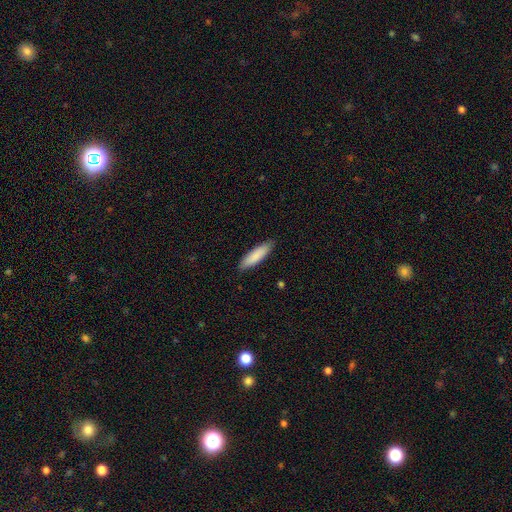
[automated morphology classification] Smooth or featured: smooth — 85% (featured or disk — 9%)
How rounded: cigar-shaped — 69% (in between — 30%)
Merging: none — 87% (minor disturbance — 10%)